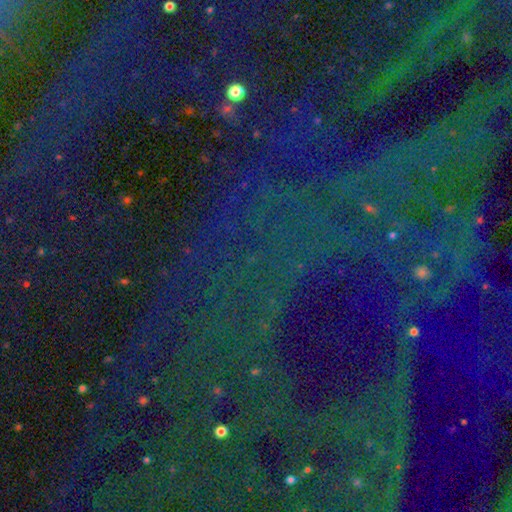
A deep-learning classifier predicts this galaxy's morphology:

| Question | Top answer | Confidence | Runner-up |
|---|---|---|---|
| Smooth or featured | star or artifact | 82% | smooth (10%) |